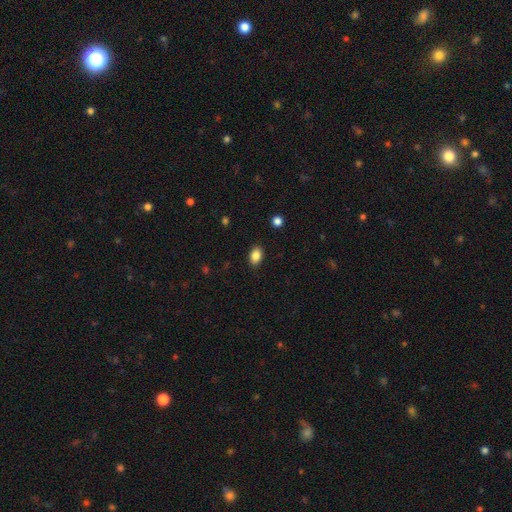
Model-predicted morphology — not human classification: This is clearly a smooth galaxy (87%). How rounded: clearly in between (84%). Merging: clearly none (88%).